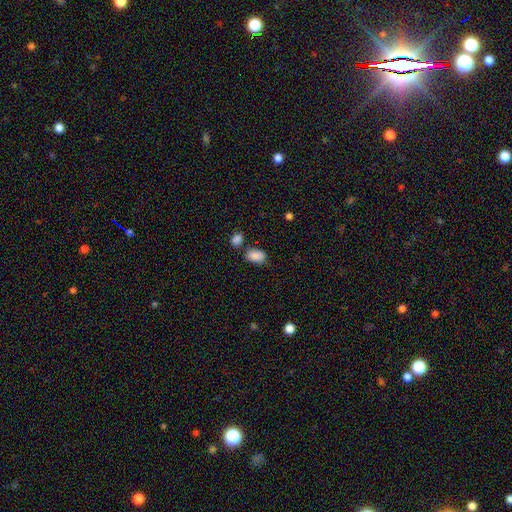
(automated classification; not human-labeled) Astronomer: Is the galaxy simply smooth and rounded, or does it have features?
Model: smooth — 88%.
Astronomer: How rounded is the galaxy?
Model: in between — 89%.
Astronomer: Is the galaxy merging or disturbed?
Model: none — 66%.